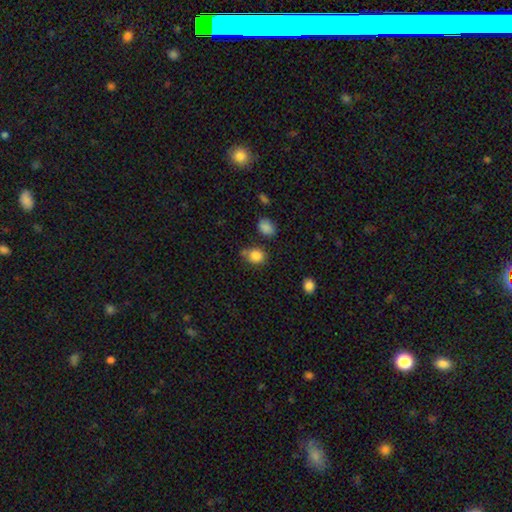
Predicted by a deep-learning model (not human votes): Smooth or featured? smooth (85%)
How rounded? round (63%)
Merging? none (66%)